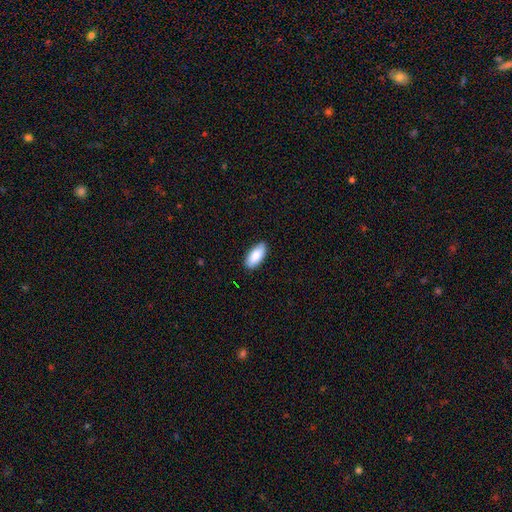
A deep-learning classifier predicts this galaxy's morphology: Smooth or featured? Predicted: smooth (p=0.88). How rounded? Predicted: in between (p=0.90). Merging? Predicted: none (p=0.87).